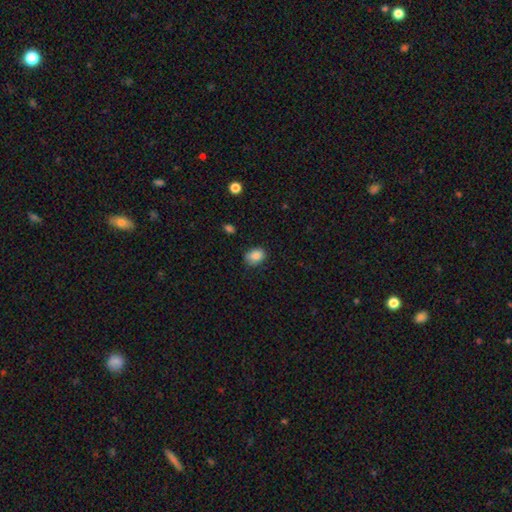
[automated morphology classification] smooth 86%, star or artifact 9%, featured or disk 5%. Down the decision tree: how rounded — in between (65%); merging — none (77%).